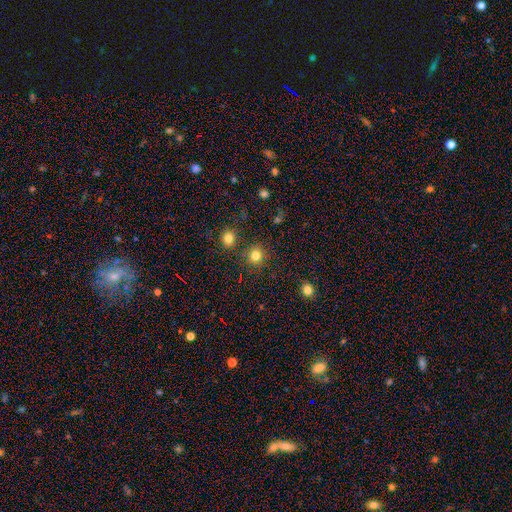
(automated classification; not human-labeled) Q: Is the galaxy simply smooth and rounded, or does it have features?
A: smooth — 80%.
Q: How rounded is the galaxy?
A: round — 90%.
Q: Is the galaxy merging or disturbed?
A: none — 84%.